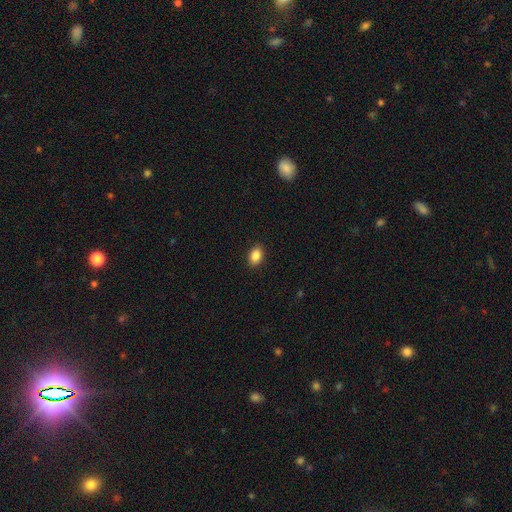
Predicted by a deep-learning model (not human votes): Smooth or featured: smooth — 87% (star or artifact — 8%)
How rounded: in between — 81% (round — 18%)
Merging: none — 90% (minor disturbance — 7%)